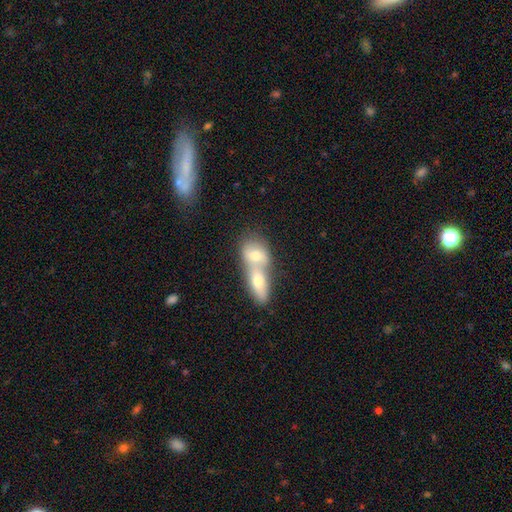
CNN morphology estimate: Smooth or featured? Predicted: smooth (p=0.68). How rounded? Predicted: in between (p=0.66). Merging? Predicted: merger (p=0.74).